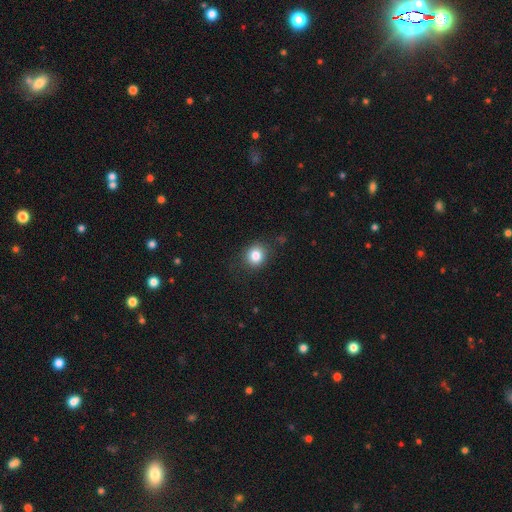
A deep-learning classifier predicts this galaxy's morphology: Smooth or featured?
  - smooth: 82% *
  - star or artifact: 11%
  - featured or disk: 7%
How rounded?
  - round: 82% *
  - in between: 17%
  - cigar-shaped: 1%
Merging?
  - none: 84% *
  - minor disturbance: 11%
  - major disturbance: 4%
  - merger: 1%